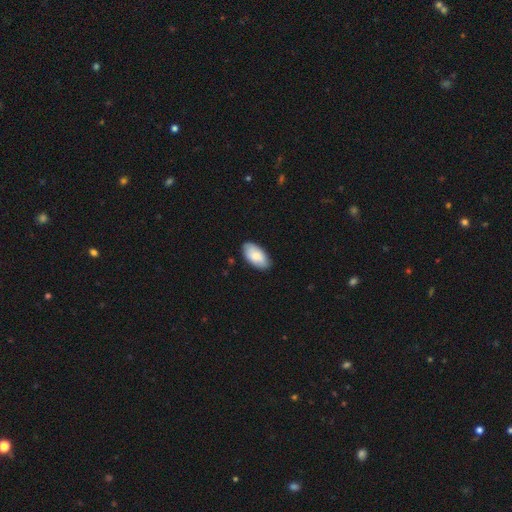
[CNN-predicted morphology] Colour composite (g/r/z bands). It shows a smooth galaxy with no disk features (81%) that is in between round and cigar-shaped (95%). Merging: none (82%).